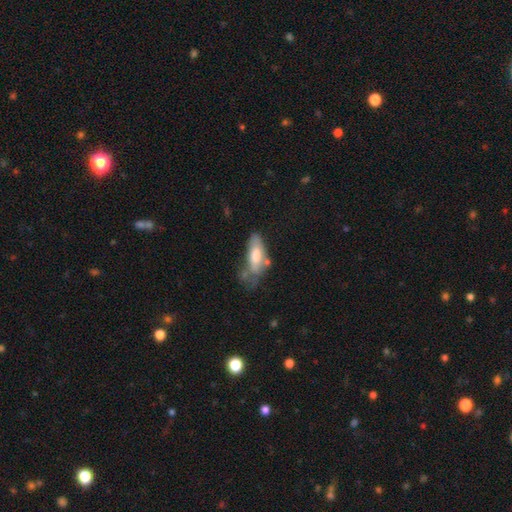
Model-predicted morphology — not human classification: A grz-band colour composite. It shows a smooth galaxy with no disk features (64%) that is in between round and cigar-shaped (70%). Merging: minor disturbance (33%).